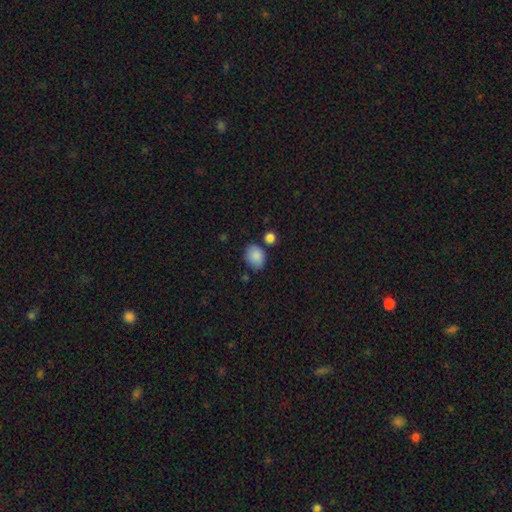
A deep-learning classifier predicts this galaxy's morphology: Q: Smooth or featured?
A: smooth (87%); runner-up: star or artifact (8%)
Q: How rounded?
A: in between (68%); runner-up: round (31%)
Q: Merging?
A: none (73%); runner-up: minor disturbance (16%)